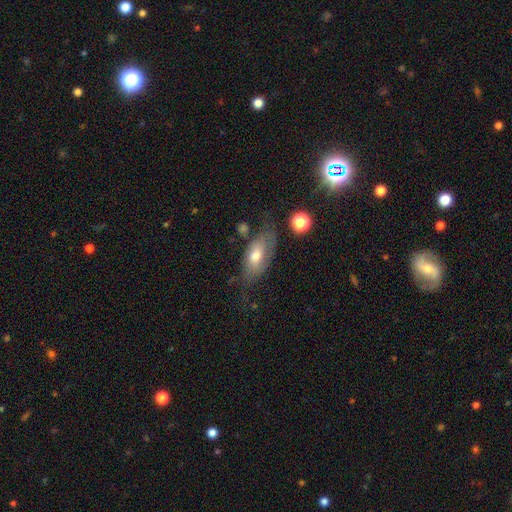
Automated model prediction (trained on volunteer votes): The model was most divided on "merging": none: 50%, minor disturbance: 28%, major disturbance: 17%, merger: 5%. More confident: how rounded — in between (85%); smooth or featured — smooth (59%).